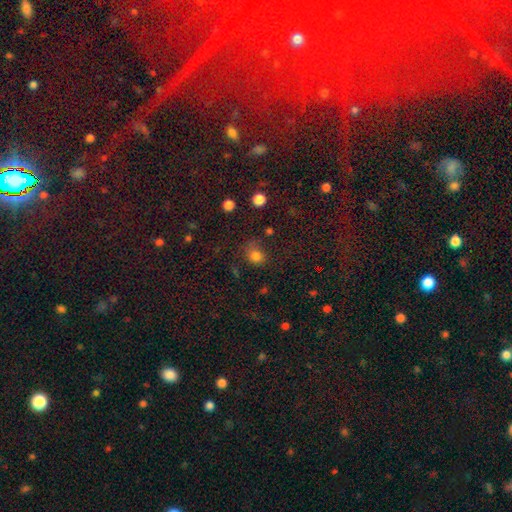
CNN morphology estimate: The model was most divided on "how rounded": round: 64%, in between: 35%, cigar-shaped: 1%. More confident: smooth or featured — smooth (78%); merging — none (58%).